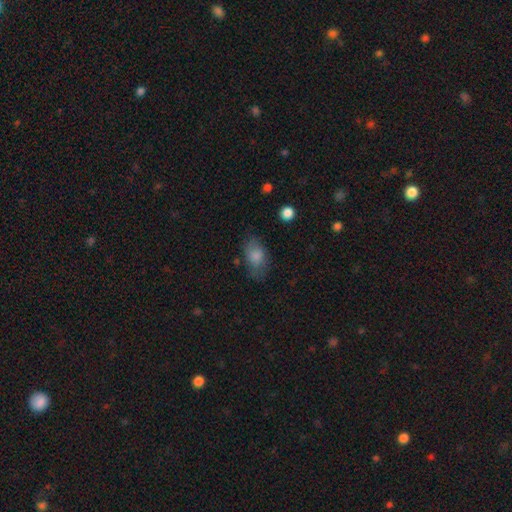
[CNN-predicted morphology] smooth-or-featured: smooth: 79% | featured or disk: 13% | star or artifact: 8%
  how-rounded: in between: 87% | round: 10% | cigar-shaped: 3%
  merging: none: 64% | minor disturbance: 24% | major disturbance: 10% | merger: 2%